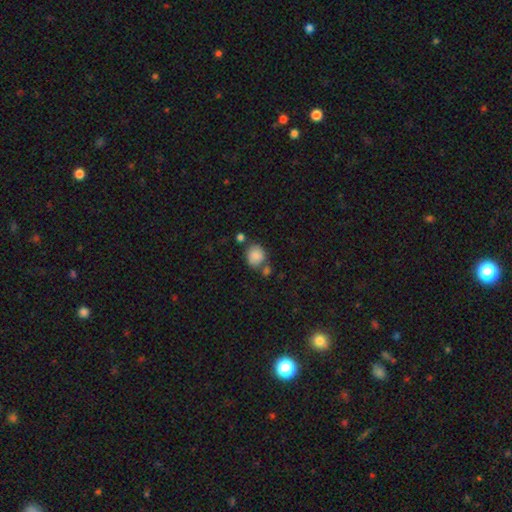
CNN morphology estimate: Overall: smooth (83%). How rounded: round (75%). Merging: none (64%).